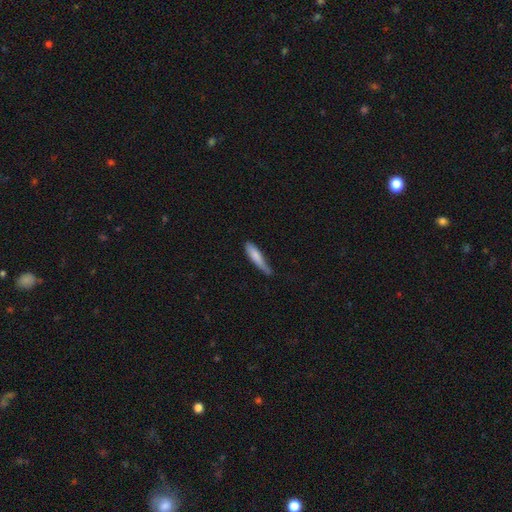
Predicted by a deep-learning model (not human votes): This is likely a smooth galaxy (76%). How rounded: likely cigar-shaped (80%). Merging: possibly none (45%).